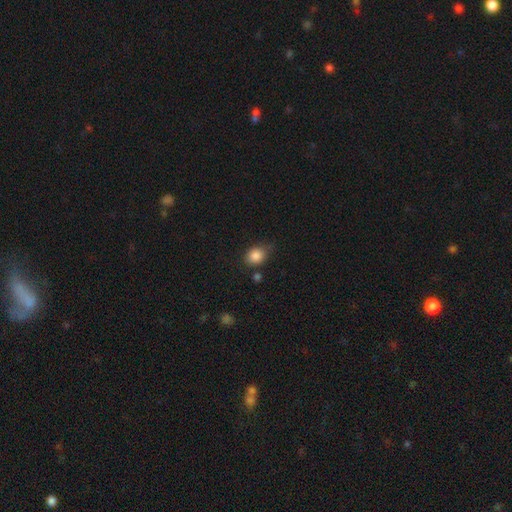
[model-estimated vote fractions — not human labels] Smooth or featured? smooth (86%)
How rounded? round (53%)
Merging? none (70%)